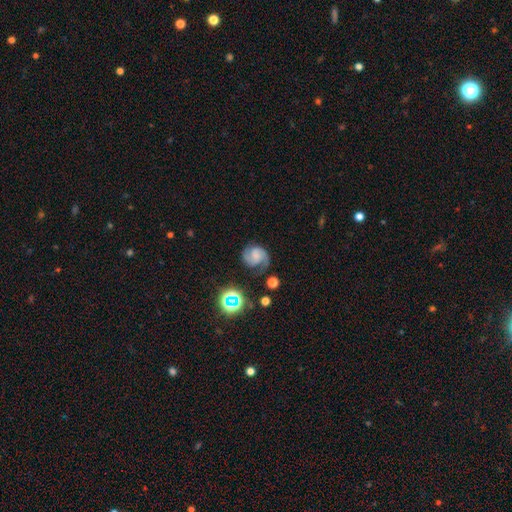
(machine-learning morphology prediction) This is likely a featured or disk galaxy (74%). It is clearly not viewed edge-on (98%). Bar: possibly no (57%). Spiral arm pattern: clearly yes (96%). Spiral arm count: clearly 2 (83%). Spiral winding: possibly medium (50%). Central bulge: marginally none (37%, tied with small). Merging: likely none (67%).